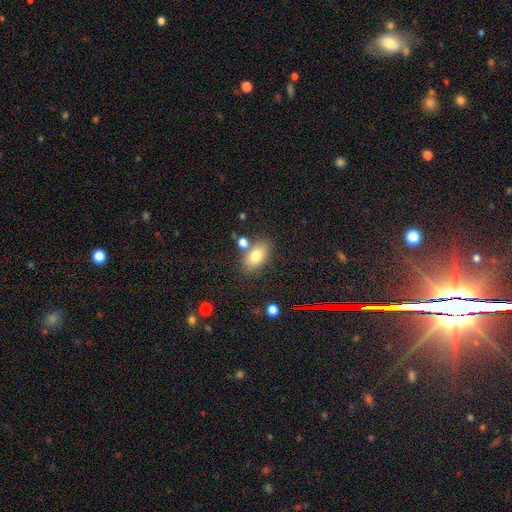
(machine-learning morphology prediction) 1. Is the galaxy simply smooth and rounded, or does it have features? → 78% smooth, 14% featured or disk, 9% star or artifact.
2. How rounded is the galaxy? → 89% in between, 7% round, 4% cigar-shaped.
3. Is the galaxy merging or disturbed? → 68% none, 16% merger, 12% minor disturbance, 4% major disturbance.